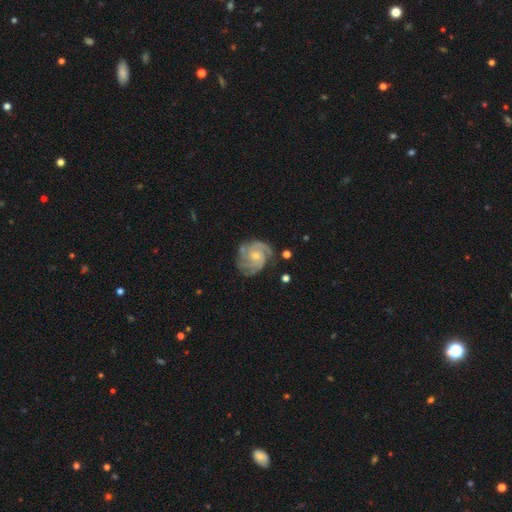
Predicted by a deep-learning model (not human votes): This appears to be a featured or disk galaxy (87%) with no bar (72%), 3 (38%) tight (56%) spiral arms (97%) and a small central bulge (57%). Merging: none (65%).